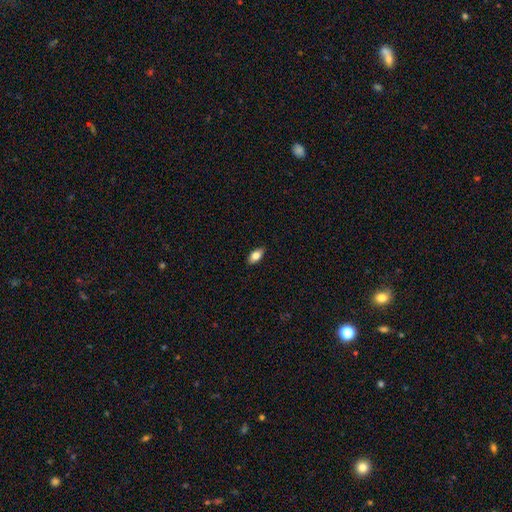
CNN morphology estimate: type=smooth (80%); roundness=in between (90%); merging=none (88%).